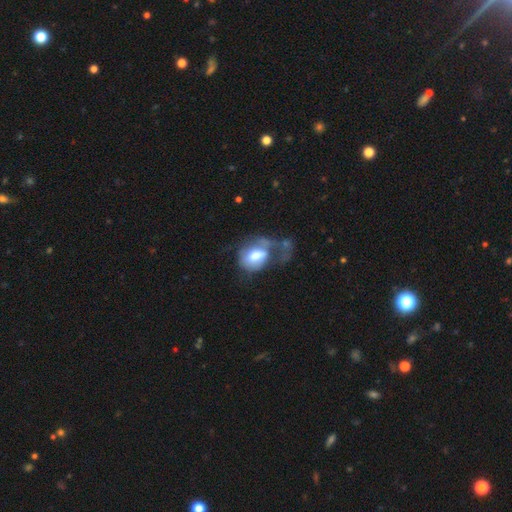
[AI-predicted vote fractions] A smooth galaxy with no disk features (56%) that is in between round and cigar-shaped (68%). Merging: major disturbance (55%).